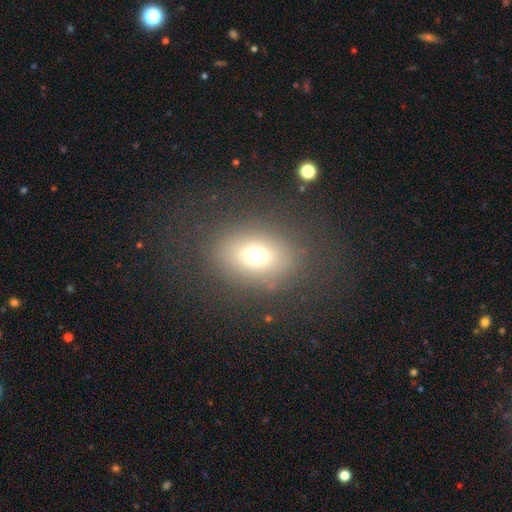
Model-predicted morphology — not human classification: This appears to be a smooth galaxy with no disk features (68%) that is in between round and cigar-shaped (66%). Merging: none (79%).